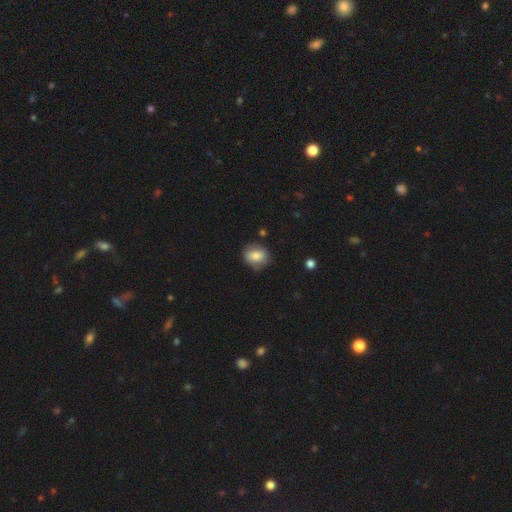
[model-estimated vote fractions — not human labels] Smooth or featured: smooth — 74% (featured or disk — 17%)
How rounded: round — 60% (in between — 39%)
Merging: none — 76% (minor disturbance — 17%)